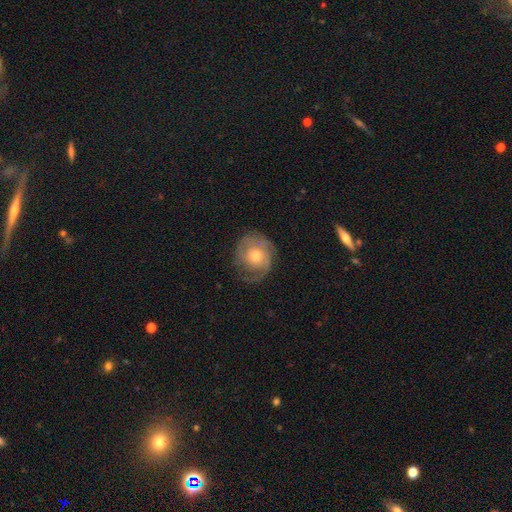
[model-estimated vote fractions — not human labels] A featured or disk galaxy (72%) with no bar (79%), 2 (42%) tight (58%) spiral arms (90%) and a moderate central bulge (60%). Merging: none (70%).